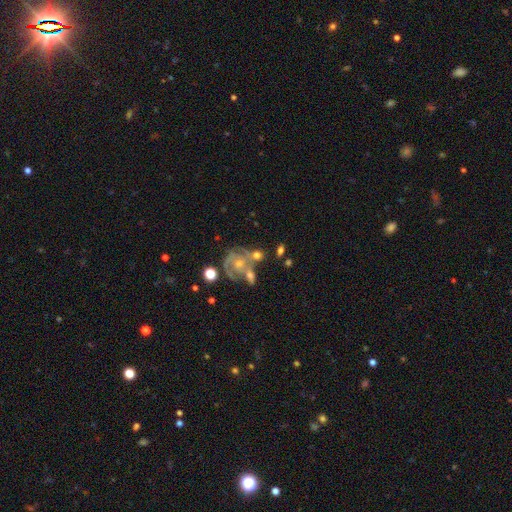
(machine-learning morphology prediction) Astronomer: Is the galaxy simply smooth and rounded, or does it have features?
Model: featured or disk — 73%.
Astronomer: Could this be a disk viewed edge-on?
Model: no — 97%.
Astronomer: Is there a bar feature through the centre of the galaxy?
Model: no — 71%.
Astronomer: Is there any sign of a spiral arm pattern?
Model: yes — 84%.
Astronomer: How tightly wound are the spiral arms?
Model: tight — 49% (runner-up: medium, 39%).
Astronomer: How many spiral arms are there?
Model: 2 — 34% (runner-up: can't tell, 28%).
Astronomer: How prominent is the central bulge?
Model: small — 54% (runner-up: moderate, 37%).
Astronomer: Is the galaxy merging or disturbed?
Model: none — 43% (runner-up: merger, 28%).